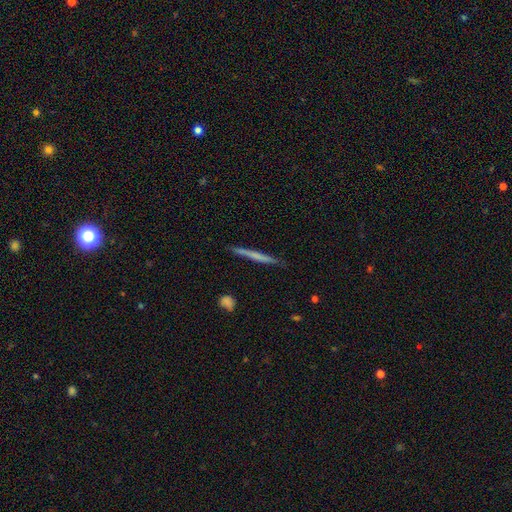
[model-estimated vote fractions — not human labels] This is possibly a smooth galaxy (51%). How rounded: clearly cigar-shaped (96%). Merging: clearly none (88%).